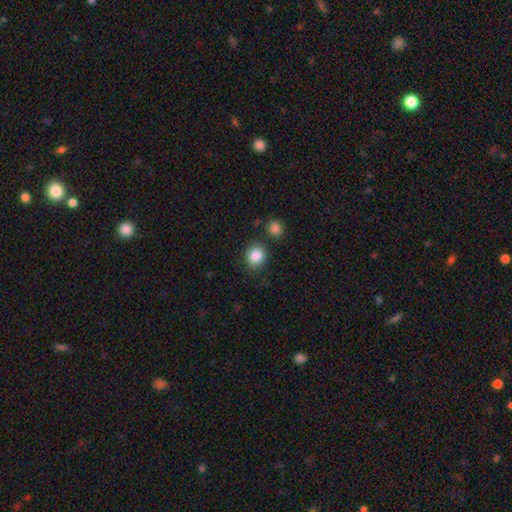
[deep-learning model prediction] Smooth or featured? Predicted: smooth (p=0.86). How rounded? Predicted: round (p=0.77). Merging? Predicted: none (p=0.80).